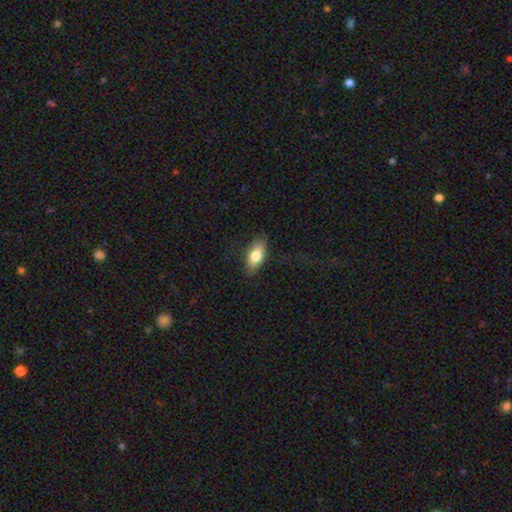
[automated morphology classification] Smooth or featured? Predicted: smooth (p=0.73). How rounded? Predicted: in between (p=0.80). Merging? Predicted: none (p=0.82).